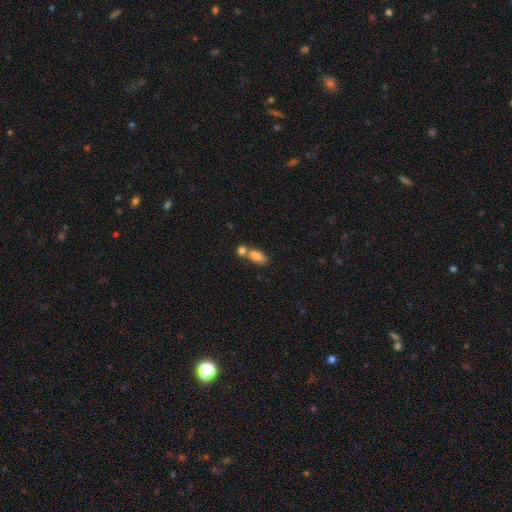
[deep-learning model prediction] Morphology: type=smooth (80%); roundness=in between (83%); merging=merger (52%).